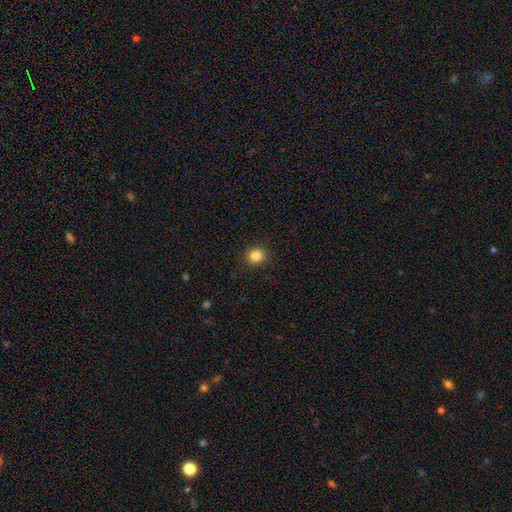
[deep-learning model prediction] Smooth or featured?
  - smooth: 85% *
  - star or artifact: 11%
  - featured or disk: 4%
How rounded?
  - round: 89% *
  - in between: 10%
  - cigar-shaped: 1%
Merging?
  - none: 91% *
  - minor disturbance: 6%
  - major disturbance: 2%
  - merger: 1%